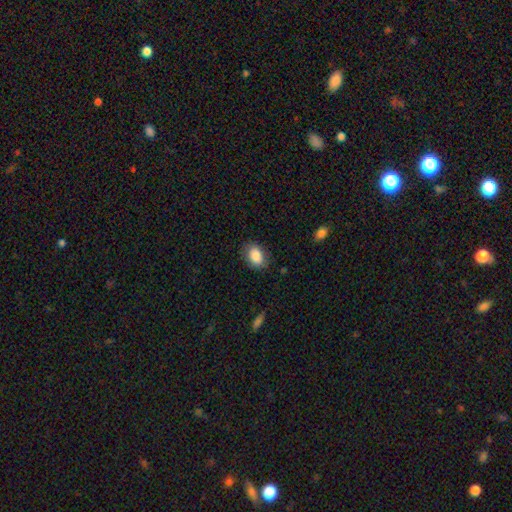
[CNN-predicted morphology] A smooth galaxy with no disk features (88%) that is in between round and cigar-shaped (84%). Merging: none (81%).